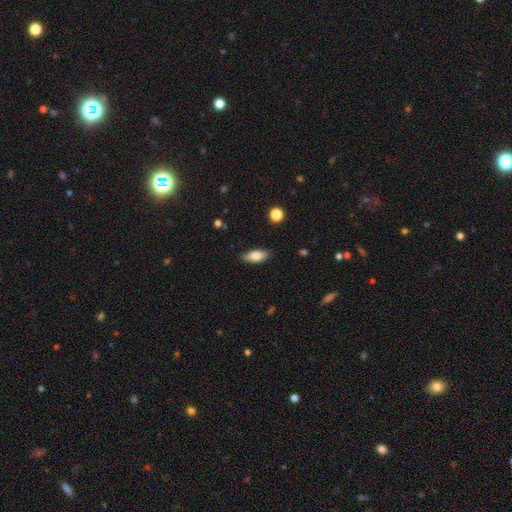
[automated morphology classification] Smooth or featured: smooth — 78% (featured or disk — 15%)
How rounded: in between — 79% (cigar-shaped — 19%)
Merging: none — 86% (minor disturbance — 10%)